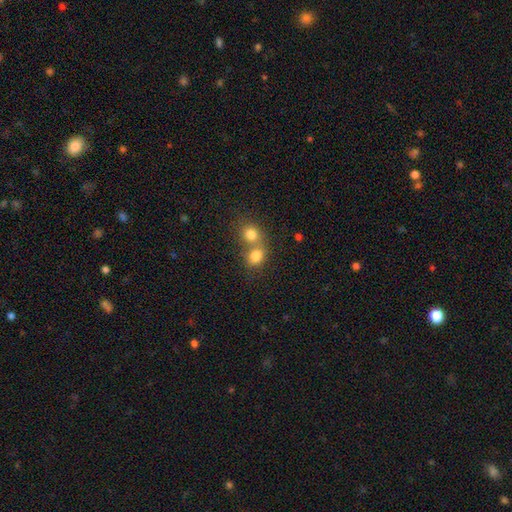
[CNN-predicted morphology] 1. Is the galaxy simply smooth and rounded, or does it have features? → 80% smooth, 11% star or artifact, 9% featured or disk.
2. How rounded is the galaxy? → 70% round, 29% in between, 1% cigar-shaped.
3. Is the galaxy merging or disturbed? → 59% merger, 33% none, 6% minor disturbance, 3% major disturbance.